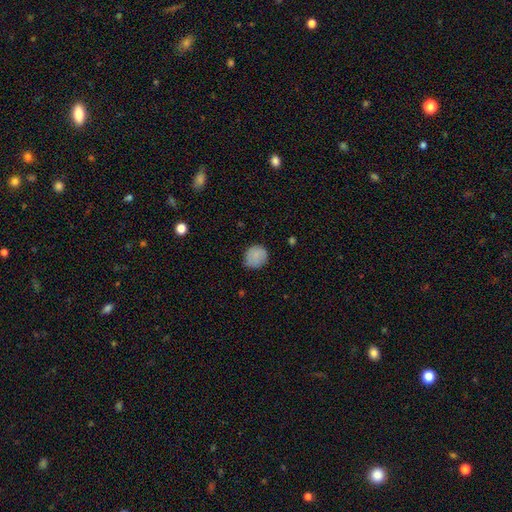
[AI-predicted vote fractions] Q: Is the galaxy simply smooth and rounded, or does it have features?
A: smooth — 84%.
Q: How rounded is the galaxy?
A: round — 81%.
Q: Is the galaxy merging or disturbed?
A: none — 73%.